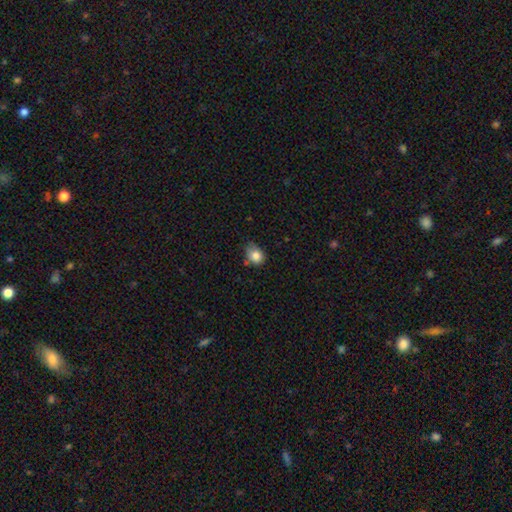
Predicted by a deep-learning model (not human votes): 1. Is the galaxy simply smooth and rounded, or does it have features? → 82% smooth, 9% star or artifact, 9% featured or disk.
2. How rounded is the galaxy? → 50% round, 49% in between, 1% cigar-shaped.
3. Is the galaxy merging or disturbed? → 52% none, 36% minor disturbance, 7% major disturbance, 5% merger.